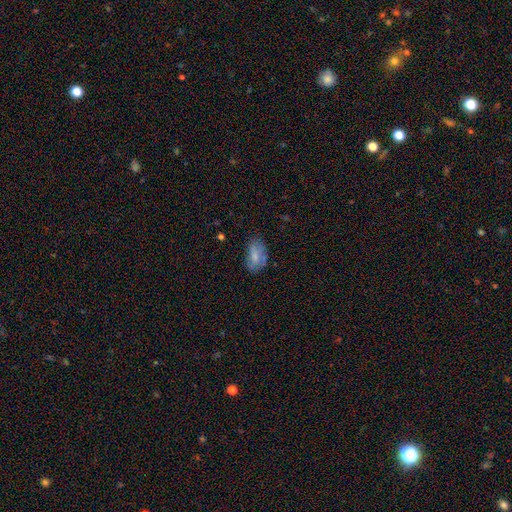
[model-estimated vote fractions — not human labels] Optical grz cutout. It shows a smooth galaxy with no disk features (69%) that is in between round and cigar-shaped (92%). Merging: none (55%).